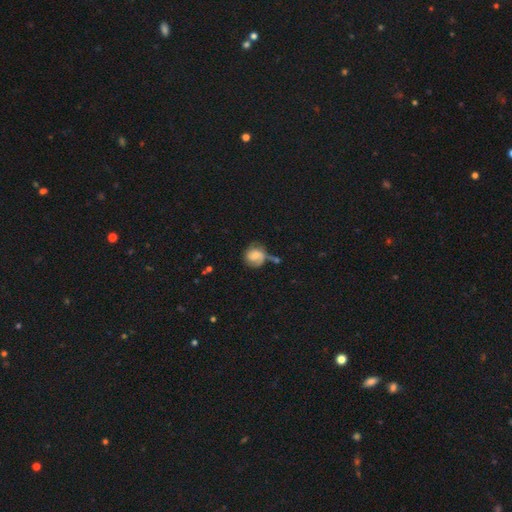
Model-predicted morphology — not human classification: This appears to be a featured or disk galaxy (47%). Merging: none (47%).